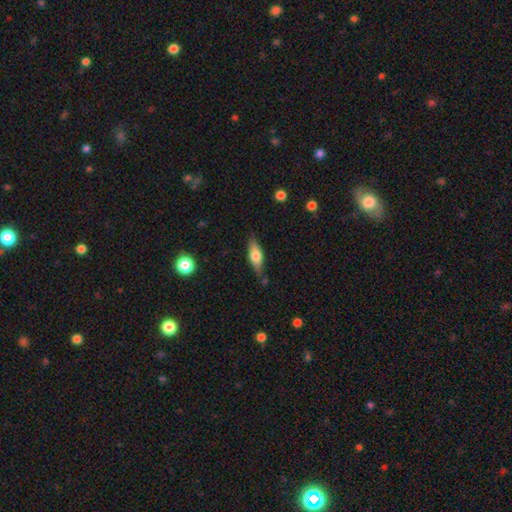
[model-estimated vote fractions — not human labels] Morphology: type=smooth (56%); roundness=in between (60%); merging=none (76%).